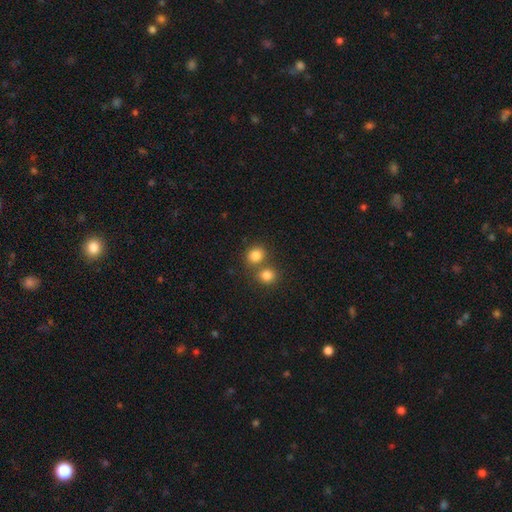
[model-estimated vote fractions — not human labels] Smooth or featured?
  - smooth: 82% *
  - star or artifact: 12%
  - featured or disk: 6%
How rounded?
  - round: 78% *
  - in between: 21%
  - cigar-shaped: 1%
Merging?
  - none: 57% *
  - merger: 33%
  - minor disturbance: 7%
  - major disturbance: 3%